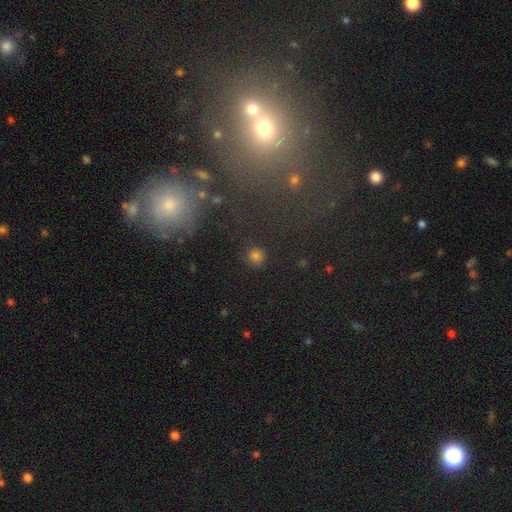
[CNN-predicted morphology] Q: Smooth or featured?
A: smooth (67%); runner-up: star or artifact (24%)
Q: How rounded?
A: round (91%); runner-up: in between (8%)
Q: Merging?
A: none (87%); runner-up: minor disturbance (7%)